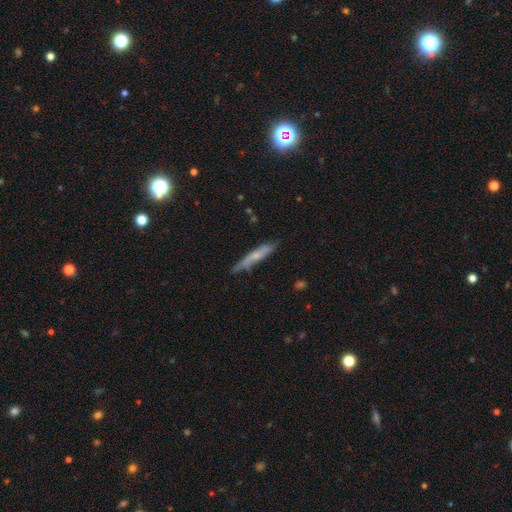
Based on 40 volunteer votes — smooth_or_featured: smooth (p=0.53) [alt: featured or disk p=0.40]
how_rounded: cigar-shaped (p=0.95) [alt: in between p=0.05]
merging: none (p=0.62) [alt: minor disturbance p=0.35]